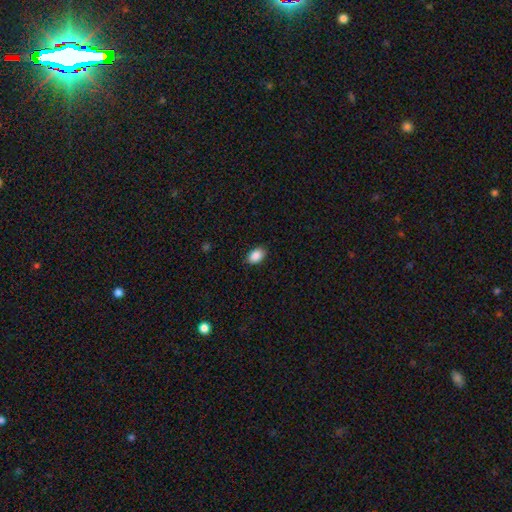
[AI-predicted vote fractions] Smooth or featured? smooth (89%)
How rounded? in between (89%)
Merging? none (87%)